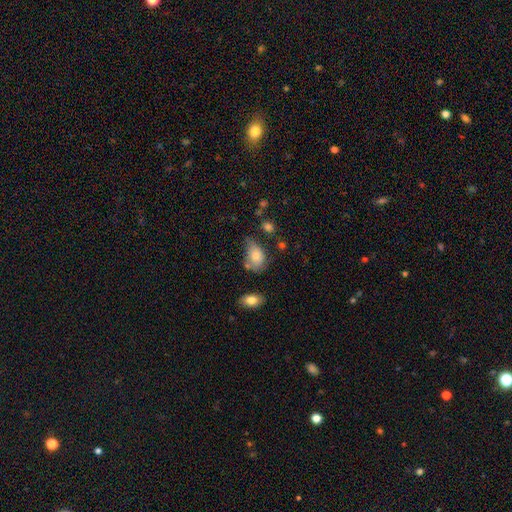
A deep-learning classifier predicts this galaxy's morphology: Q: Smooth or featured?
A: smooth (75%); runner-up: featured or disk (17%)
Q: How rounded?
A: in between (87%); runner-up: round (12%)
Q: Merging?
A: none (38%); runner-up: minor disturbance (37%)